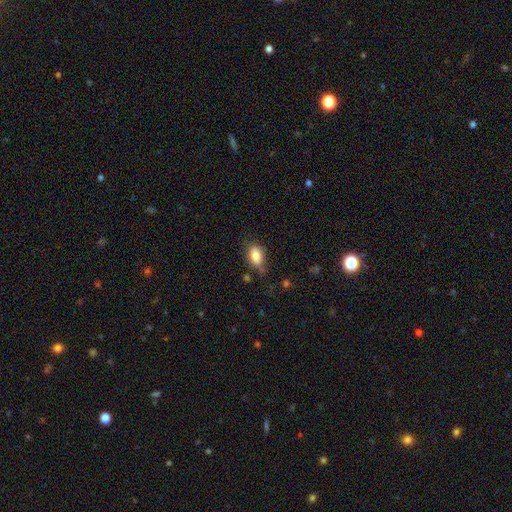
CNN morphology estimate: smooth 84%, featured or disk 8%, star or artifact 8%. Down the decision tree: how rounded — in between (88%); merging — none (64%).